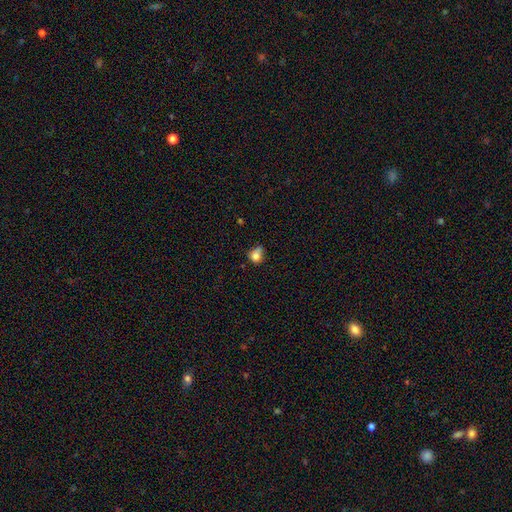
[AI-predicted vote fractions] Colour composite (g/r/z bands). It shows a smooth galaxy with no disk features (78%) that is round (55%). Merging: minor disturbance (41%).